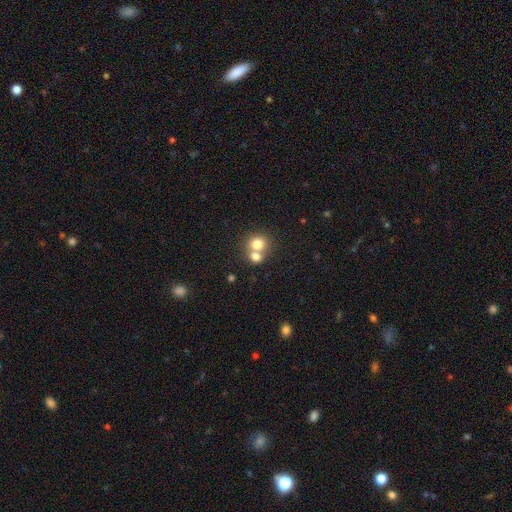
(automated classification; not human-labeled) smooth 76%, featured or disk 13%, star or artifact 11%. Down the decision tree: how rounded — round (75%); merging — merger (57%).